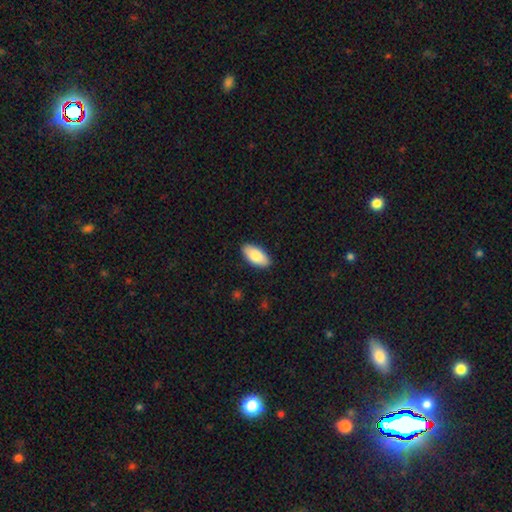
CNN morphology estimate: smooth 83%, featured or disk 11%, star or artifact 6%. Down the decision tree: how rounded — in between (93%); merging — none (89%).